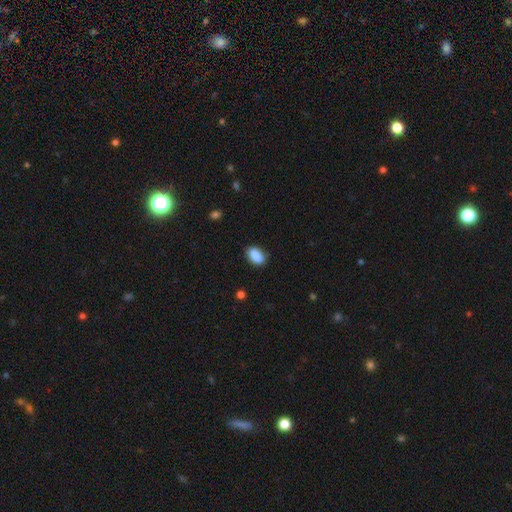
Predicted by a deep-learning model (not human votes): Overall: smooth (88%). How rounded: in between (90%). Merging: none (81%).